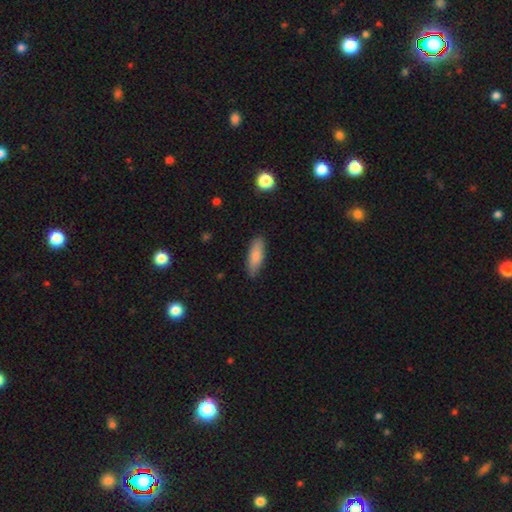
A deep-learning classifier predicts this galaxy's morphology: A smooth galaxy with no disk features (82%) that is in between round and cigar-shaped (61%). Merging: none (85%).